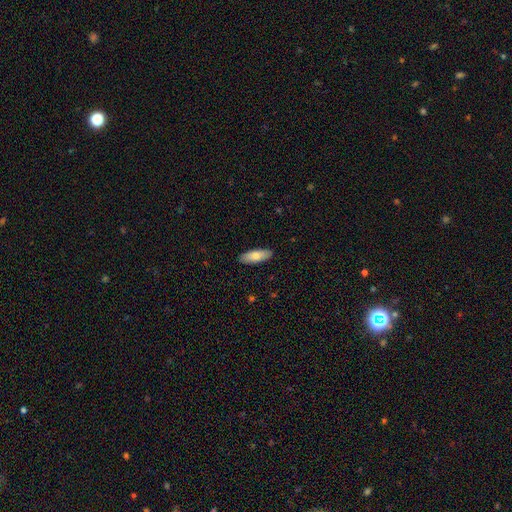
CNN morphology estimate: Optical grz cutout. It shows a smooth galaxy with no disk features (79%) that is in between round and cigar-shaped (67%). Merging: none (90%).